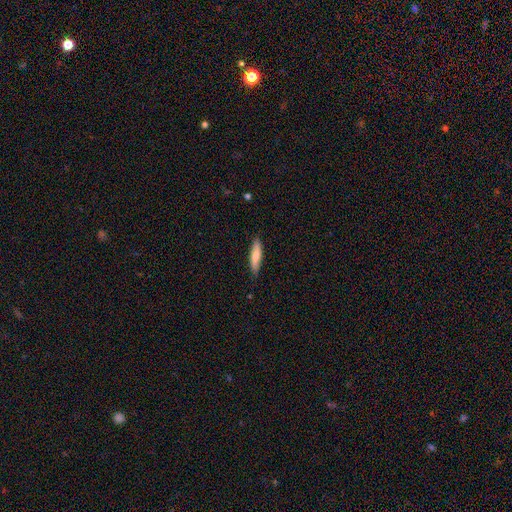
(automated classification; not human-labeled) Smooth or featured: smooth — 77% (featured or disk — 17%)
How rounded: cigar-shaped — 76% (in between — 23%)
Merging: none — 84% (minor disturbance — 12%)